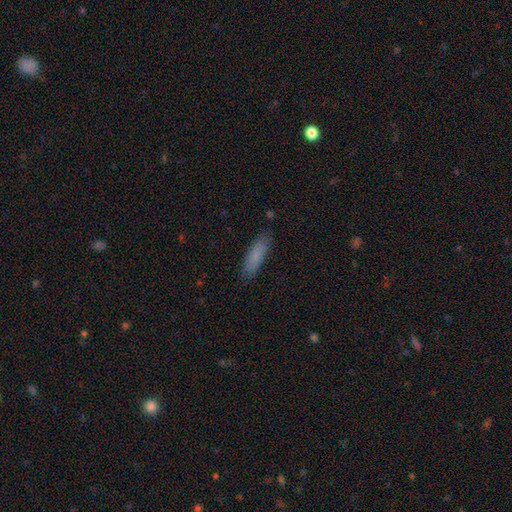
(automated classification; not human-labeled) Smooth or featured? smooth (80%)
How rounded? cigar-shaped (64%)
Merging? none (84%)